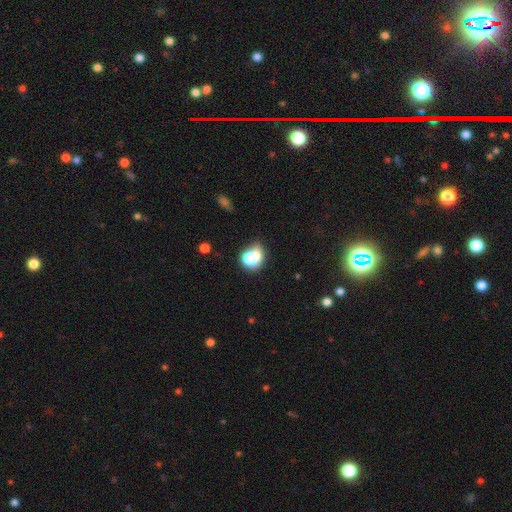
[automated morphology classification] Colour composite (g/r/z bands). It shows a smooth galaxy with no disk features (68%) that is round (56%). Merging: merger (40%).